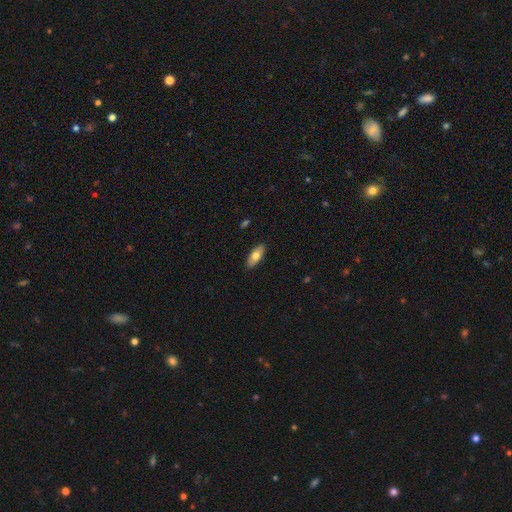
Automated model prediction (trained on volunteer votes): Smooth or featured: smooth — 70% (featured or disk — 24%)
How rounded: in between — 80% (cigar-shaped — 17%)
Merging: none — 89% (minor disturbance — 9%)